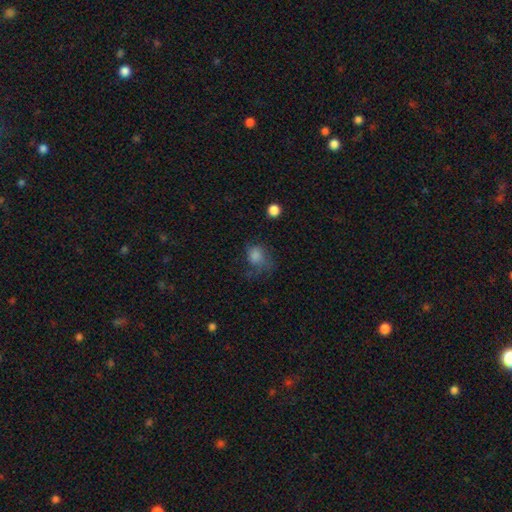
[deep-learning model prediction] Smooth or featured: smooth — 68% (featured or disk — 19%)
How rounded: round — 54% (in between — 44%)
Merging: none — 38% (major disturbance — 35%)